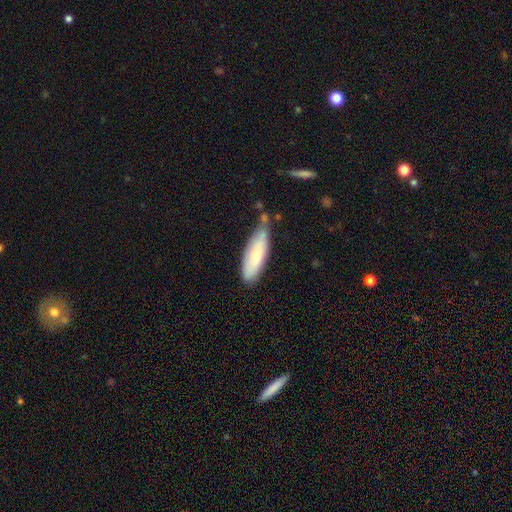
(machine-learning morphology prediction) Smooth or featured: smooth — 71% (featured or disk — 23%)
How rounded: in between — 51% (cigar-shaped — 47%)
Merging: none — 54% (minor disturbance — 31%)